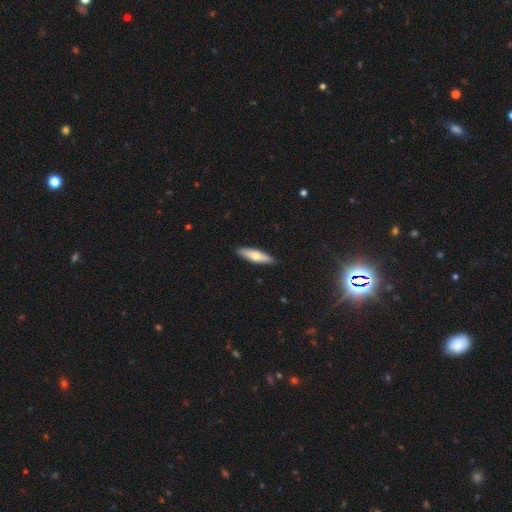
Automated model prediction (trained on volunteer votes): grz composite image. It shows a smooth galaxy with no disk features (61%) that is cigar-shaped (62%). Merging: none (90%).